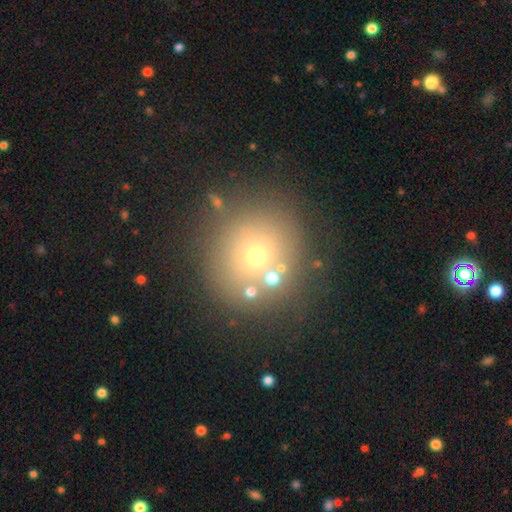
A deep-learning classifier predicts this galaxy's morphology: This appears to be a smooth galaxy with no disk features (62%) that is round (90%). Merging: none (75%).